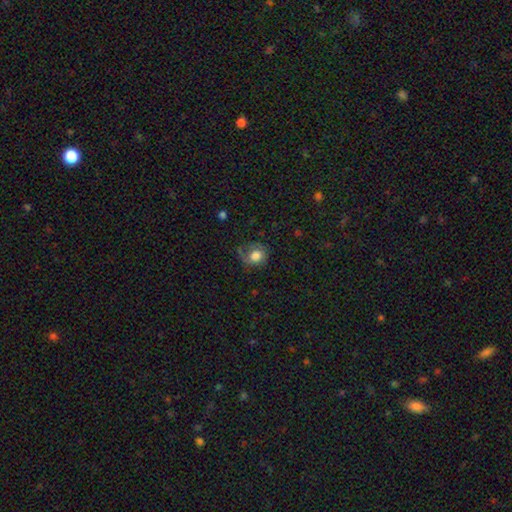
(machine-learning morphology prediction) A smooth galaxy with no disk features (73%) that is round (73%).

Vote fractions:
- Smooth or featured? smooth: 73% / featured or disk: 18% / star or artifact: 10%
- How rounded? round: 73% / in between: 26% / cigar-shaped: 1%
- Merging? none: 55% / minor disturbance: 26% / major disturbance: 17% / merger: 2%